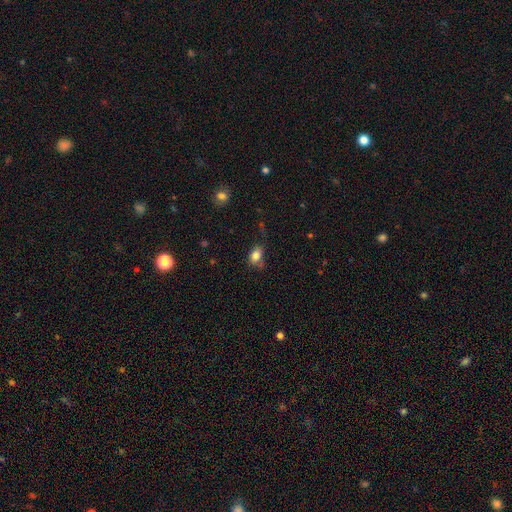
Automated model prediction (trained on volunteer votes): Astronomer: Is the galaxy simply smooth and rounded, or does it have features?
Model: smooth — 82%.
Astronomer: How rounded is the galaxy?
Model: in between — 74%.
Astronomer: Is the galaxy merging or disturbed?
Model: none — 58%.